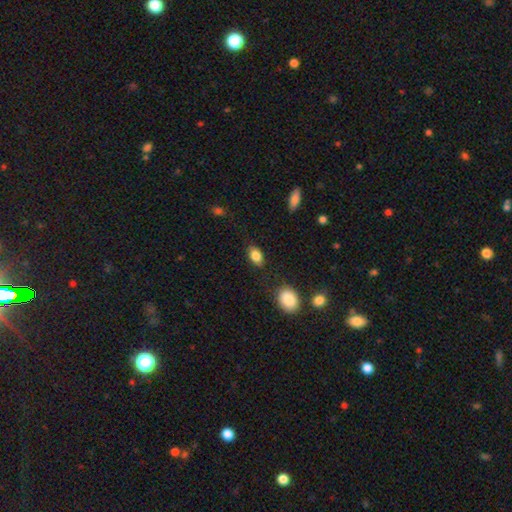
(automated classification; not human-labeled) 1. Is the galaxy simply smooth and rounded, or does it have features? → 84% smooth, 8% star or artifact, 8% featured or disk.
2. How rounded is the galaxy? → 86% in between, 12% round, 2% cigar-shaped.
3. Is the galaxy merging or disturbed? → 80% none, 14% minor disturbance, 3% major disturbance, 2% merger.